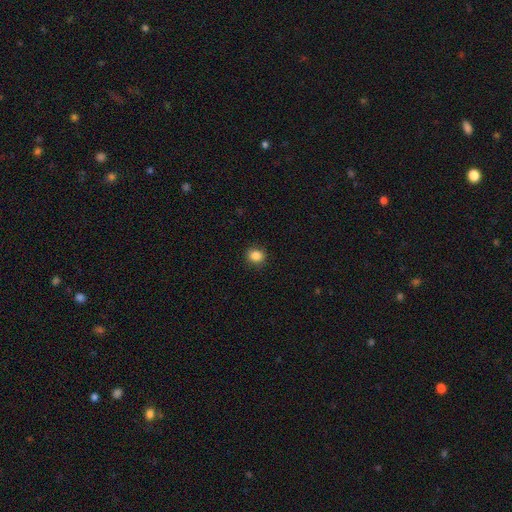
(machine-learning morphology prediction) Smooth or featured? Predicted: smooth (p=0.86). How rounded? Predicted: round (p=0.74). Merging? Predicted: none (p=0.88).